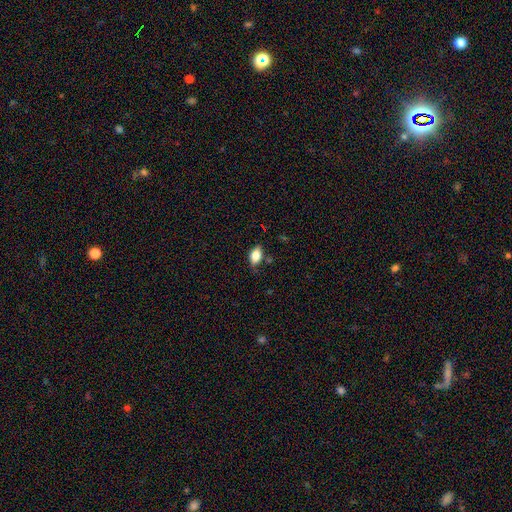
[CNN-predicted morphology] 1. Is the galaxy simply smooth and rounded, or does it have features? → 82% smooth, 10% featured or disk, 8% star or artifact.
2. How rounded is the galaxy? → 89% in between, 7% round, 4% cigar-shaped.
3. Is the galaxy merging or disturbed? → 74% none, 19% minor disturbance, 4% major disturbance, 3% merger.